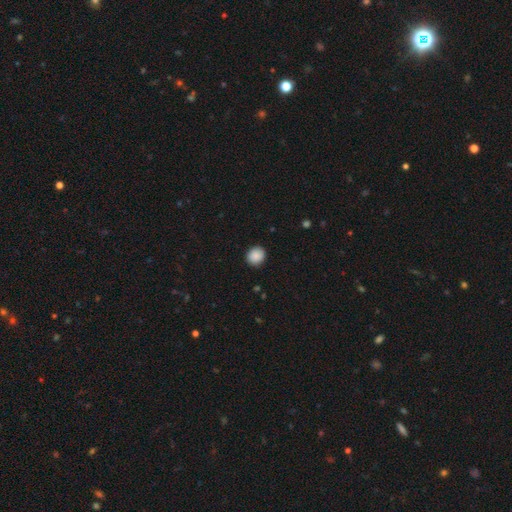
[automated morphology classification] smooth-or-featured: smooth: 89% | star or artifact: 8% | featured or disk: 3%
  how-rounded: round: 79% | in between: 20% | cigar-shaped: 1%
  merging: none: 90% | minor disturbance: 7% | major disturbance: 2% | merger: 1%